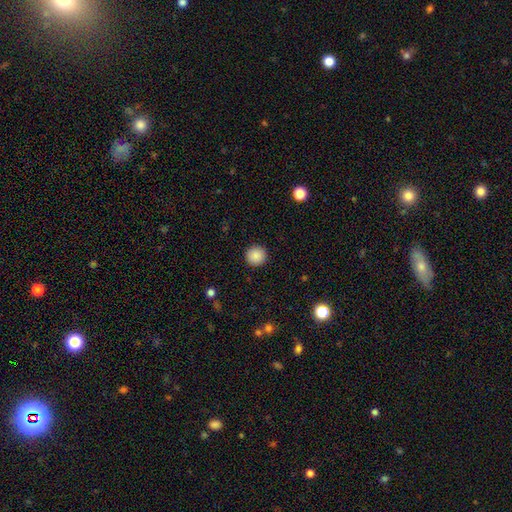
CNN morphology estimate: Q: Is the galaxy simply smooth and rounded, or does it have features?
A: smooth — 88%.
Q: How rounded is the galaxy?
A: round — 95%.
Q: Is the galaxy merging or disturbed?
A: none — 93%.